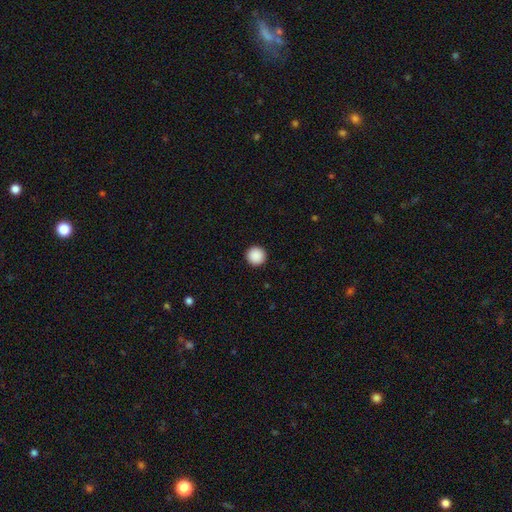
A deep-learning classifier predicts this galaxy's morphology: type=smooth (90%); roundness=round (97%); merging=none (94%).